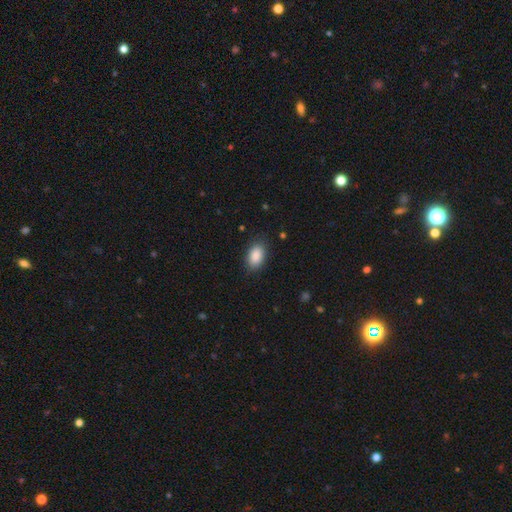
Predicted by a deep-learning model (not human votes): This is clearly a smooth galaxy (89%). How rounded: clearly in between (92%). Merging: clearly none (85%).